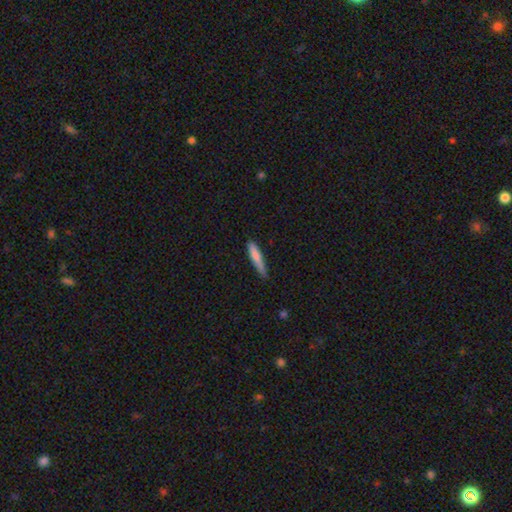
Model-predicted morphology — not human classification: This appears to be a smooth galaxy with no disk features (78%) that is cigar-shaped (90%). Merging: none (69%).